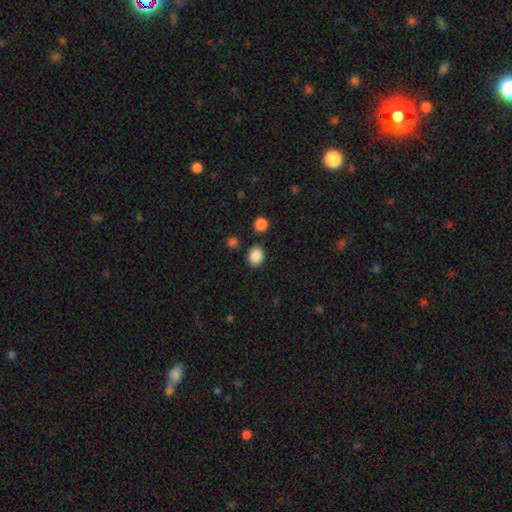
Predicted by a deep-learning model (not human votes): smooth_or_featured: smooth (p=0.87) [alt: star or artifact p=0.09]
how_rounded: round (p=0.55) [alt: in between p=0.44]
merging: none (p=0.84) [alt: minor disturbance p=0.09]